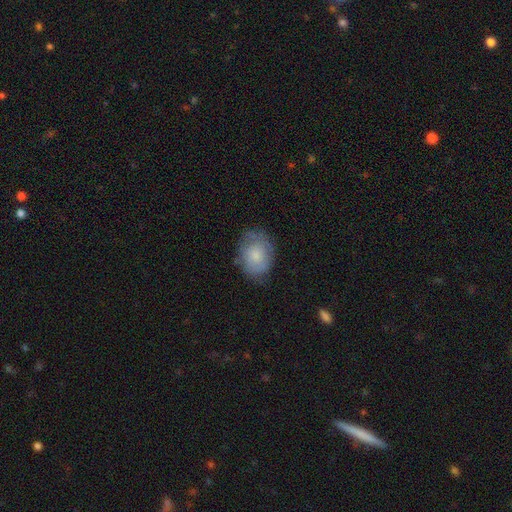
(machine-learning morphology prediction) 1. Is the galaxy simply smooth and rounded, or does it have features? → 68% smooth, 25% featured or disk, 7% star or artifact.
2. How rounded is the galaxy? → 61% in between, 38% round, 1% cigar-shaped.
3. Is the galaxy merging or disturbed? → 65% none, 26% minor disturbance, 8% major disturbance, 1% merger.